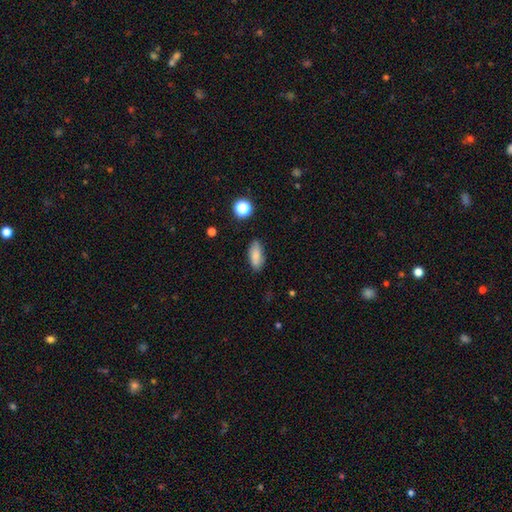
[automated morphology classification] Smooth or featured?
  - smooth: 83% *
  - featured or disk: 9%
  - star or artifact: 9%
How rounded?
  - in between: 82% *
  - cigar-shaped: 14%
  - round: 4%
Merging?
  - none: 82% *
  - minor disturbance: 13%
  - major disturbance: 3%
  - merger: 2%